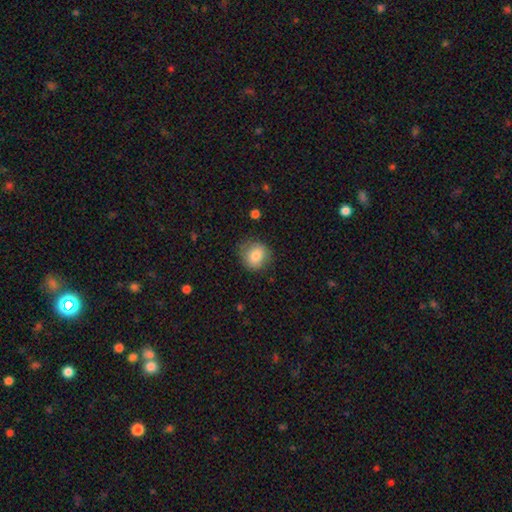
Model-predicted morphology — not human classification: Q: Smooth or featured?
A: smooth (81%); runner-up: featured or disk (11%)
Q: How rounded?
A: round (80%); runner-up: in between (19%)
Q: Merging?
A: none (77%); runner-up: minor disturbance (17%)